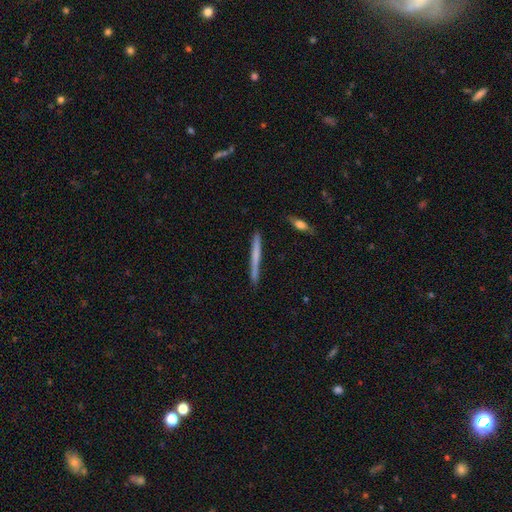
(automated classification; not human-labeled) Morphology: type=smooth (54%); roundness=cigar-shaped (97%); merging=none (88%).